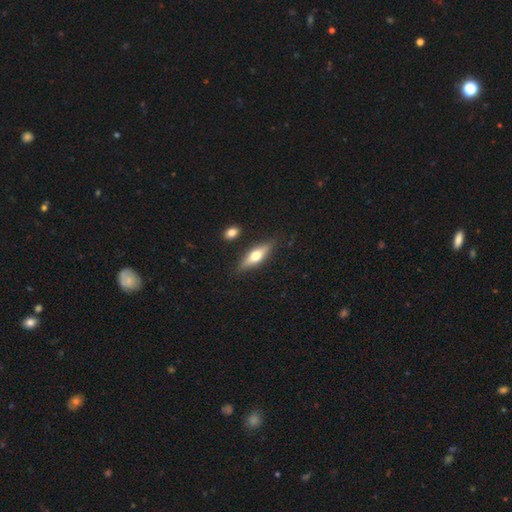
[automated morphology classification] This appears to be a smooth galaxy with no disk features (51%) that is cigar-shaped (53%). Merging: none (84%).